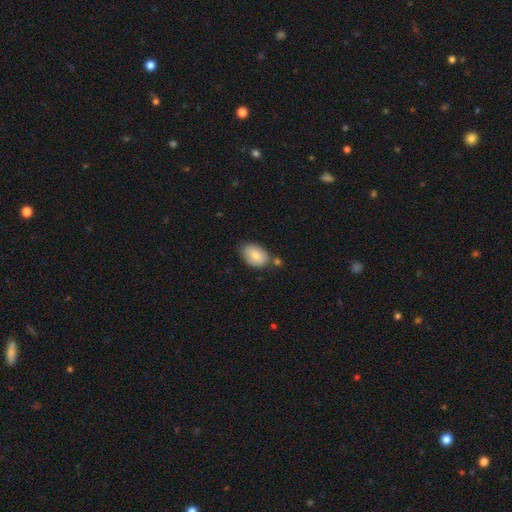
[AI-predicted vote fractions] smooth 80%, featured or disk 13%, star or artifact 7%. Down the decision tree: how rounded — in between (85%); merging — none (65%).